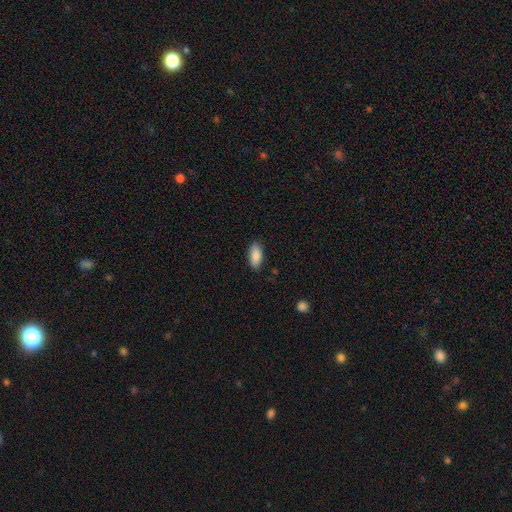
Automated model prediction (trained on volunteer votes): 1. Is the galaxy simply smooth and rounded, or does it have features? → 89% smooth, 6% star or artifact, 5% featured or disk.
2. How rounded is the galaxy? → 90% in between, 8% cigar-shaped, 2% round.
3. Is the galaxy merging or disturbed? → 86% none, 11% minor disturbance, 2% major disturbance, 1% merger.